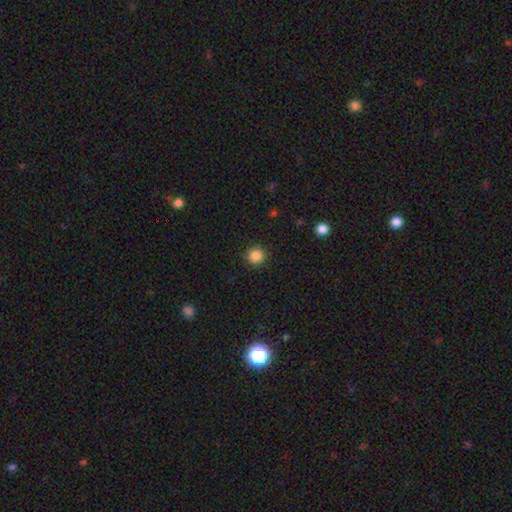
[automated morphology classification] smooth_or_featured: smooth (p=0.86) [alt: star or artifact p=0.11]
how_rounded: round (p=0.95) [alt: in between p=0.04]
merging: none (p=0.92) [alt: minor disturbance p=0.05]